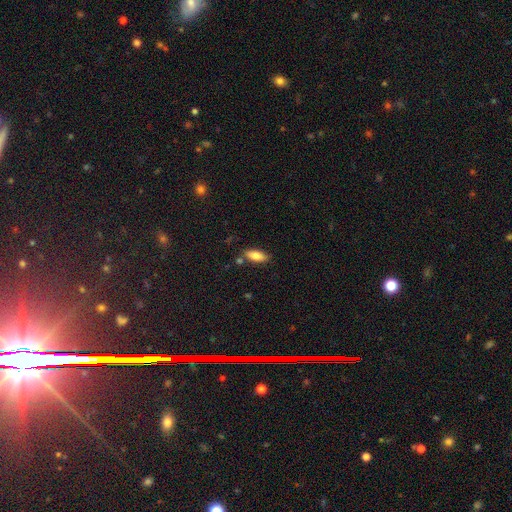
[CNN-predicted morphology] Smooth or featured? smooth (83%)
How rounded? in between (80%)
Merging? none (74%)